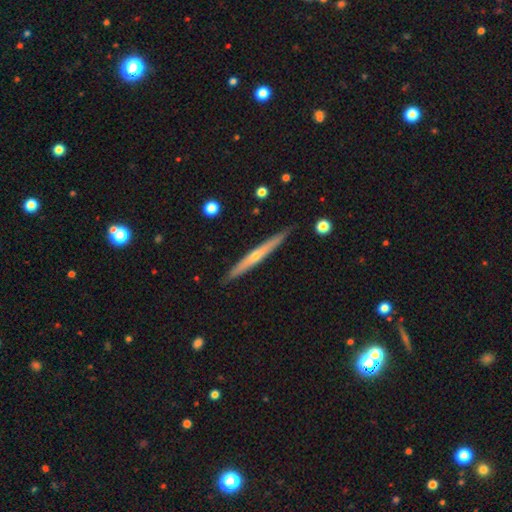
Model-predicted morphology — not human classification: Q: Smooth or featured?
A: featured or disk (65%); runner-up: smooth (29%)
Q: Edge-on disk?
A: yes (97%); runner-up: no (3%)
Q: Edge-on bulge?
A: rounded (62%); runner-up: none (36%)
Q: Merging?
A: none (89%); runner-up: minor disturbance (8%)